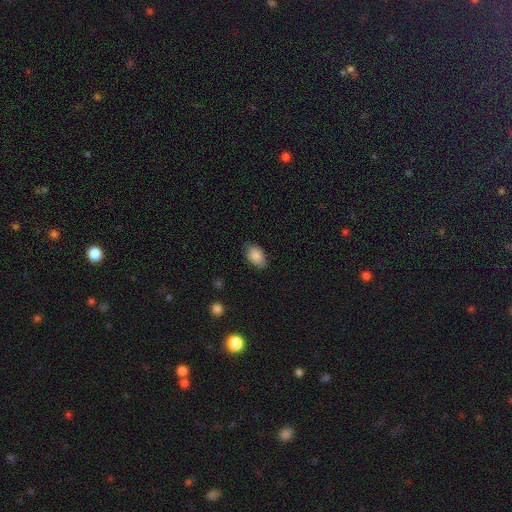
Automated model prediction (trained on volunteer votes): Smooth or featured? Predicted: smooth (p=0.88). How rounded? Predicted: in between (p=0.91). Merging? Predicted: none (p=0.82).